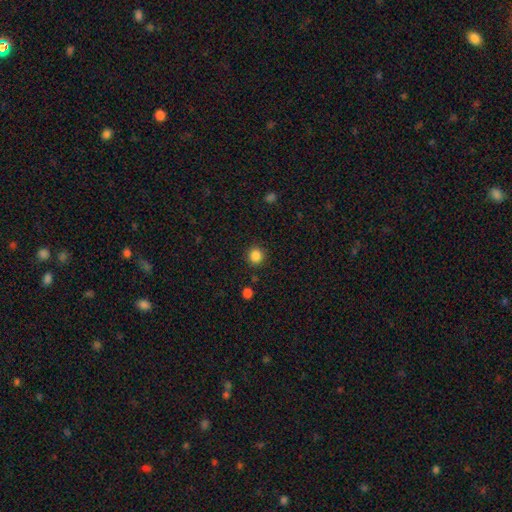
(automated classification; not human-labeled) Morphology: type=smooth (85%); roundness=round (92%); merging=none (89%).